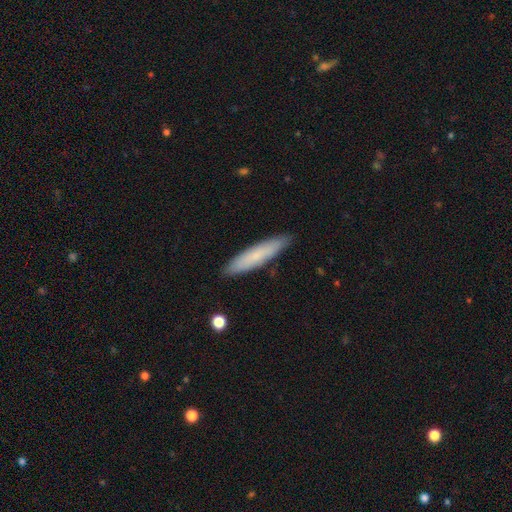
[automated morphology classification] Smooth or featured? Predicted: smooth (p=0.71). How rounded? Predicted: cigar-shaped (p=0.83). Merging? Predicted: none (p=0.88).